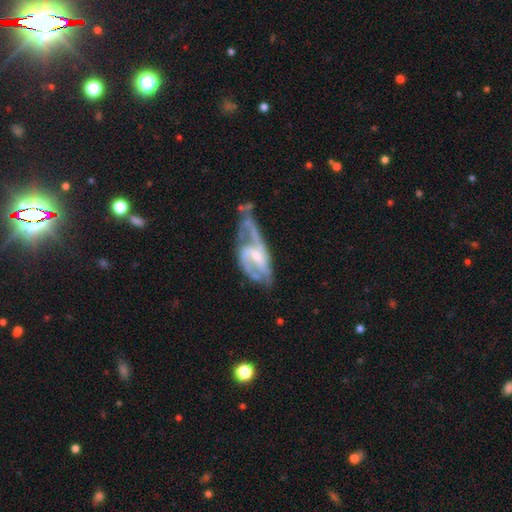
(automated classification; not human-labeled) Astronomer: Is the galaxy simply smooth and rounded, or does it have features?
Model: featured or disk — 85%.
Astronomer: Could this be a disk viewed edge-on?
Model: no — 95%.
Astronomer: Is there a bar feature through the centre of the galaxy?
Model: weak — 50% (runner-up: no, 29%).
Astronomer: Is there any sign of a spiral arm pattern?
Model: yes — 92%.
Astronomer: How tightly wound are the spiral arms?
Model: medium — 48% (runner-up: loose, 30%).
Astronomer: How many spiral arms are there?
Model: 2 — 64%.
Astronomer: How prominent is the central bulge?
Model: small — 50% (runner-up: moderate, 37%).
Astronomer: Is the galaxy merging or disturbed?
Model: none — 37% (runner-up: major disturbance, 31%).